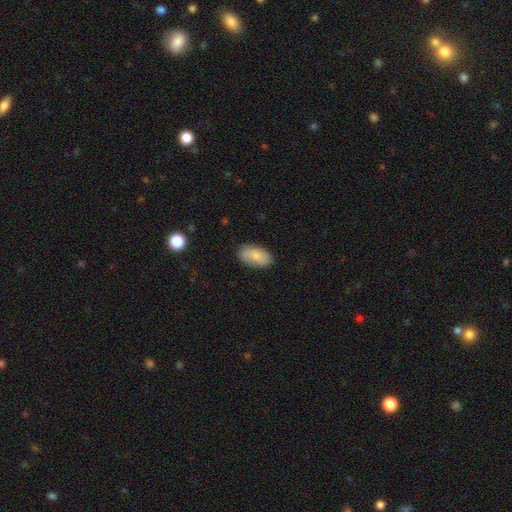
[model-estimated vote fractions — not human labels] smooth-or-featured: smooth: 77% | featured or disk: 16% | star or artifact: 7%
  how-rounded: in between: 94% | round: 4% | cigar-shaped: 3%
  merging: none: 71% | minor disturbance: 22% | major disturbance: 5% | merger: 2%